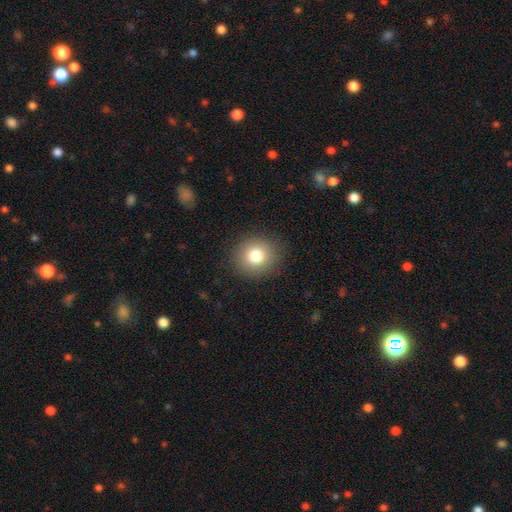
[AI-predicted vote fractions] A smooth galaxy with no disk features (79%) that is round (85%).

Vote fractions:
- Smooth or featured? smooth: 79% / star or artifact: 12% / featured or disk: 10%
- How rounded? round: 85% / in between: 14% / cigar-shaped: 1%
- Merging? none: 89% / minor disturbance: 7% / major disturbance: 3% / merger: 1%